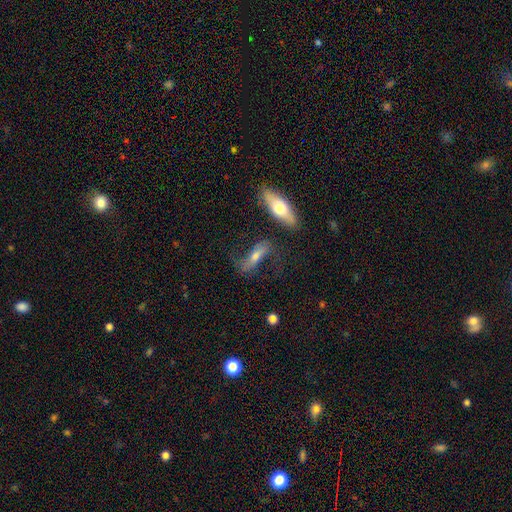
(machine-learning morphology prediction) smooth_or_featured: featured or disk (p=0.56) [alt: smooth p=0.34]
disk_edge_on: no (p=0.54) [alt: yes p=0.46]
merging: none (p=0.59) [alt: minor disturbance p=0.20]